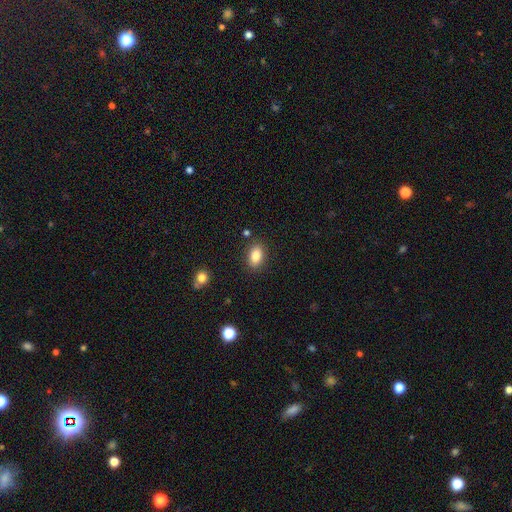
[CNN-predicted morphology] This appears to be a smooth galaxy with no disk features (84%) that is in between round and cigar-shaped (87%). Merging: none (86%).